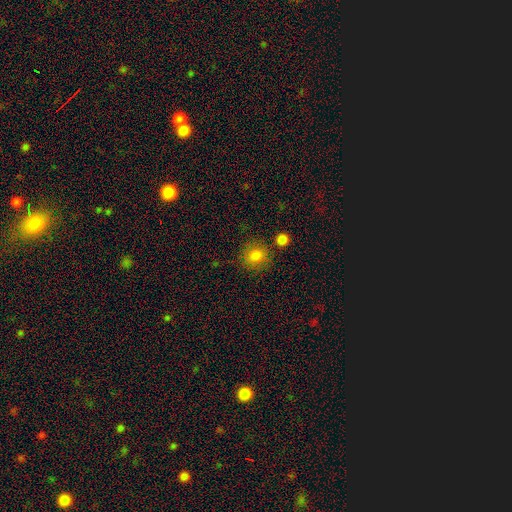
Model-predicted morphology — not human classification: The model was most divided on "merging": none: 81%, minor disturbance: 10%, merger: 6%, major disturbance: 3%. More confident: how rounded — round (87%); smooth or featured — smooth (84%).